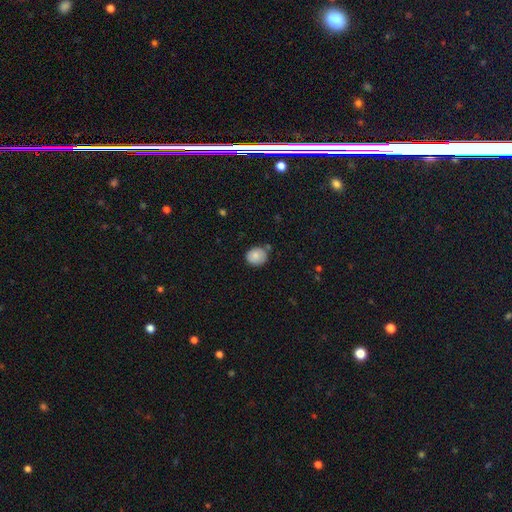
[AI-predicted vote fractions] Smooth or featured? smooth (81%)
How rounded? round (68%)
Merging? none (70%)